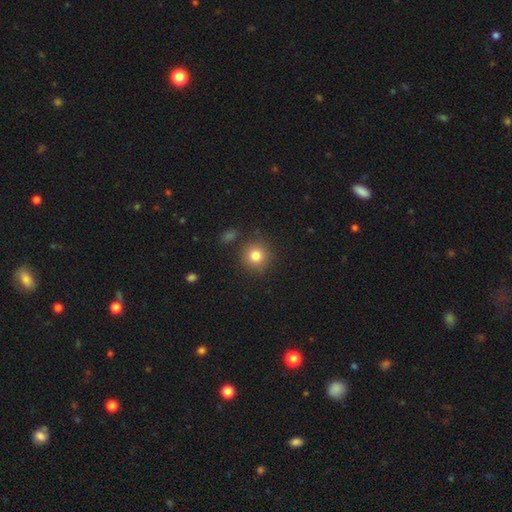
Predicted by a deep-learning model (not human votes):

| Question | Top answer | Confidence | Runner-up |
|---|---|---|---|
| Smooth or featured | smooth | 81% | star or artifact (11%) |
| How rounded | round | 92% | in between (7%) |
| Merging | none | 86% | minor disturbance (8%) |